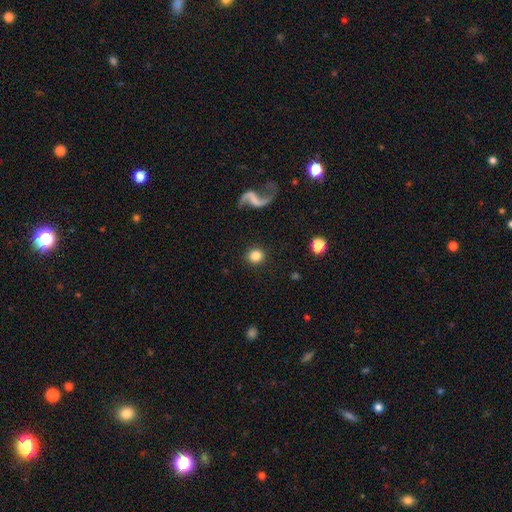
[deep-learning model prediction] A smooth galaxy with no disk features (78%) that is round (92%). Merging: none (90%).